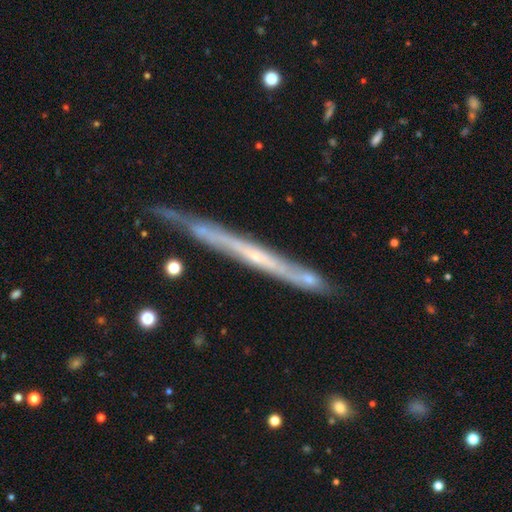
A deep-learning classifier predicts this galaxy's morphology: type=featured or disk (72%); edge-on=yes (94%); edge-on bulge=none (79%); merging=none (77%).